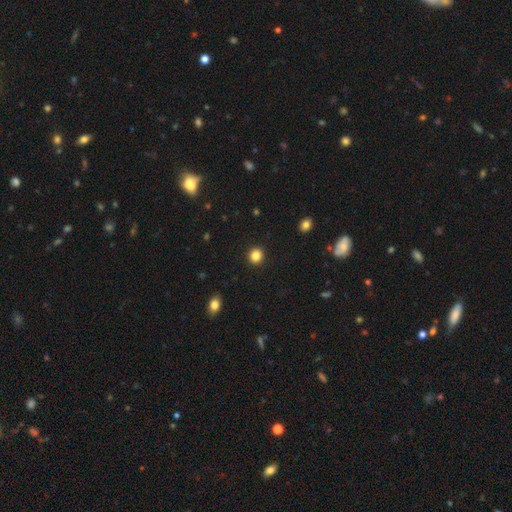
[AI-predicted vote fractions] Overall: smooth (86%). How rounded: round (84%). Merging: none (92%).